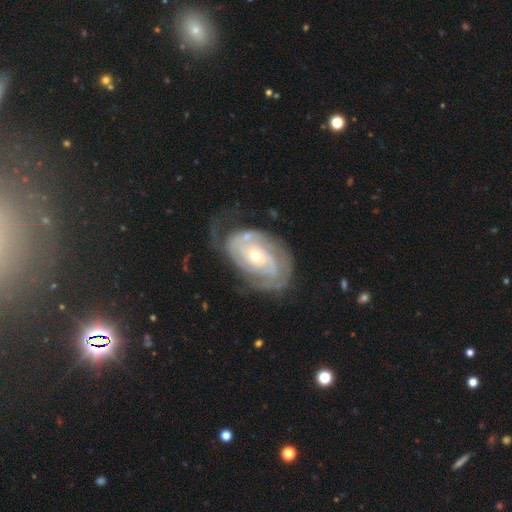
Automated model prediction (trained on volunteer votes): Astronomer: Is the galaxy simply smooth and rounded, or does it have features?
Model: featured or disk — 85%.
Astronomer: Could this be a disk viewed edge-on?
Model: no — 96%.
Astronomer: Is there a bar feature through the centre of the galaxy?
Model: no — 73%.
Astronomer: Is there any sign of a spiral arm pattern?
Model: yes — 92%.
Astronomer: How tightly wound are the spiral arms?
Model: tight — 70%.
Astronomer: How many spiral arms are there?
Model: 2 — 37% (runner-up: can't tell, 35%).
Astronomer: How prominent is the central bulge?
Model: small — 54% (runner-up: moderate, 43%).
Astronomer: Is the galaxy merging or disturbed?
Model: none — 54%.